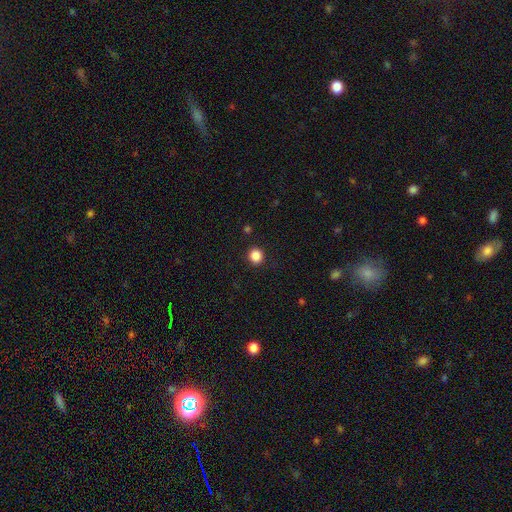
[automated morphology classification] Smooth or featured? smooth (87%)
How rounded? round (87%)
Merging? none (91%)